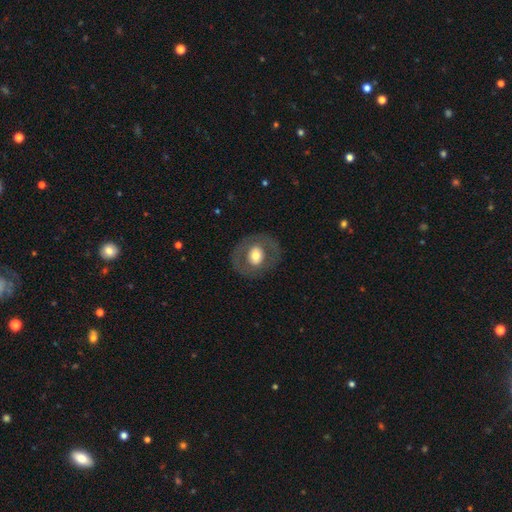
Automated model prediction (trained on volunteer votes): The model was most divided on "smooth or featured": smooth: 50%, featured or disk: 43%, star or artifact: 7%. More confident: merging — none (81%); how rounded — round (67%).